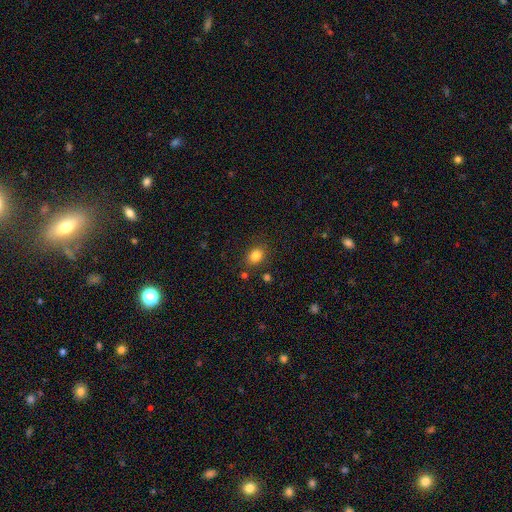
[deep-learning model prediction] smooth 83%, star or artifact 11%, featured or disk 6%. Down the decision tree: how rounded — in between (57%); merging — none (82%).